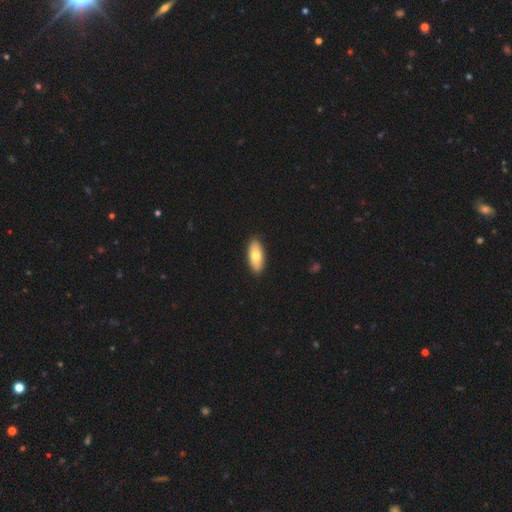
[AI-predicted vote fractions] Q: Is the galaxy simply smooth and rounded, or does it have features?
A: smooth — 76%.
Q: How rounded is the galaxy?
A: in between — 86%.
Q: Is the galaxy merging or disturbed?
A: none — 91%.